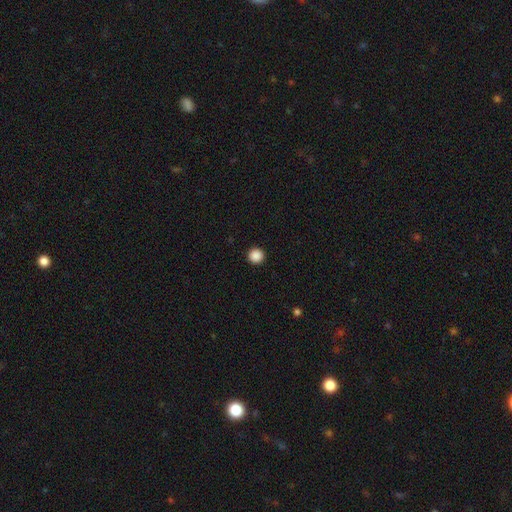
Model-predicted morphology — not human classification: Smooth or featured?
  - smooth: 88% *
  - star or artifact: 10%
  - featured or disk: 2%
How rounded?
  - round: 95% *
  - in between: 4%
  - cigar-shaped: 1%
Merging?
  - none: 94% *
  - minor disturbance: 4%
  - major disturbance: 1%
  - merger: 1%